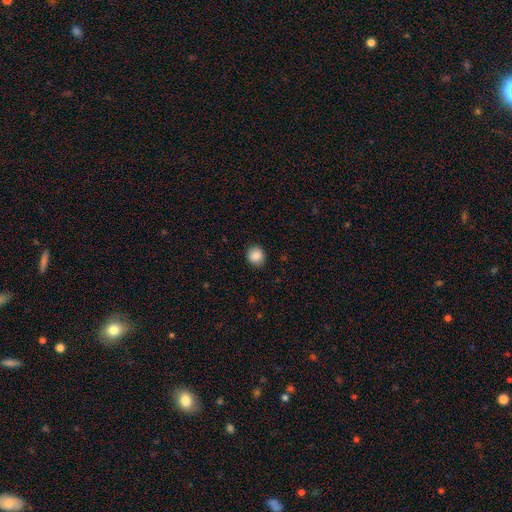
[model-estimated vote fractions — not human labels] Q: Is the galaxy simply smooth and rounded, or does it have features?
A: smooth — 87%.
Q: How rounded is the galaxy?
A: round — 89%.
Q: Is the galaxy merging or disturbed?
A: none — 89%.